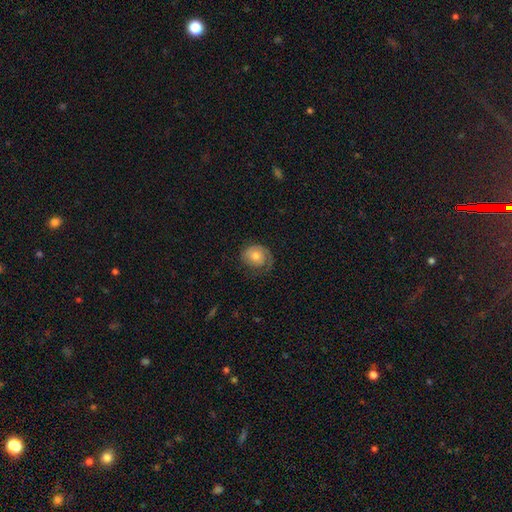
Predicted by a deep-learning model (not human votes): Smooth or featured: featured or disk — 54% (smooth — 39%)
Edge-on disk: no — 97% (yes — 3%)
Bar: no — 79% (weak — 18%)
Spiral arms: yes — 85% (no — 15%)
Bulge size: moderate — 58% (small — 33%)
Merging: none — 60% (minor disturbance — 22%)